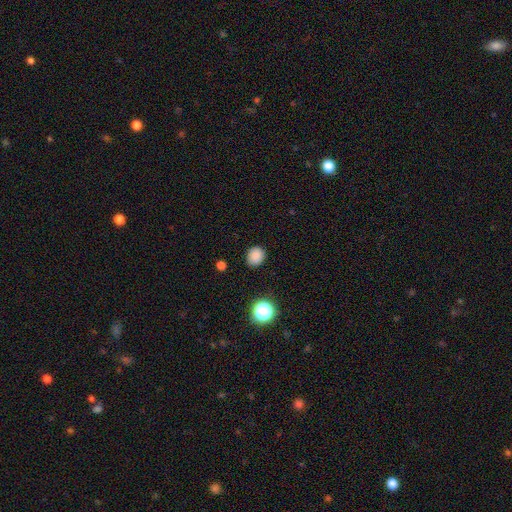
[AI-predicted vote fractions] This appears to be a smooth galaxy with no disk features (84%) that is round (68%). Merging: none (85%).